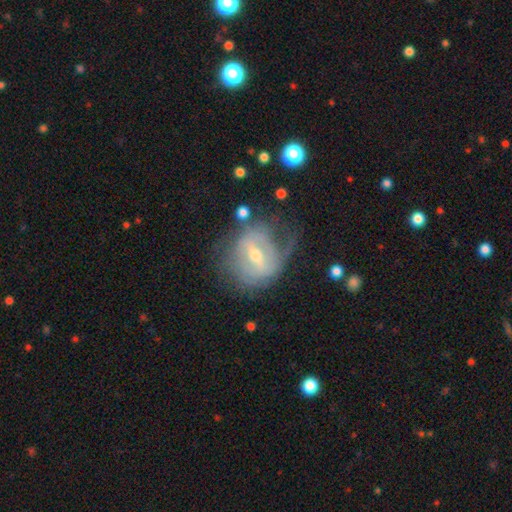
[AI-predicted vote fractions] Smooth or featured?
  - featured or disk: 75% *
  - smooth: 18%
  - star or artifact: 7%
Edge-on disk?
  - no: 93% *
  - yes: 7%
Bar?
  - strong: 46% *
  - weak: 41%
  - no: 13%
Spiral arms?
  - yes: 66% *
  - no: 34%
Bulge size?
  - moderate: 51% *
  - small: 44%
  - large: 2%
  - none: 1%
  - dominant: 1%
Merging?
  - none: 44% *
  - major disturbance: 26%
  - minor disturbance: 26%
  - merger: 3%